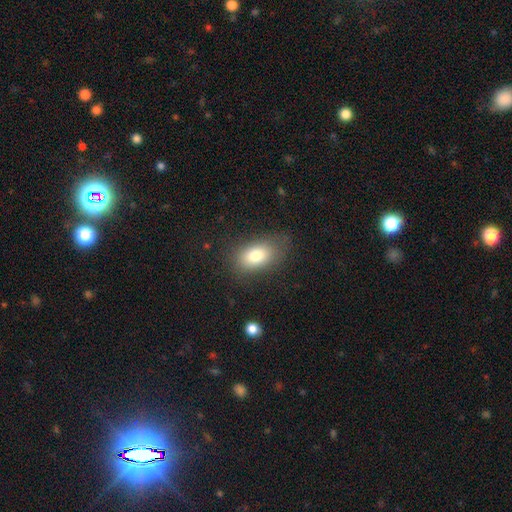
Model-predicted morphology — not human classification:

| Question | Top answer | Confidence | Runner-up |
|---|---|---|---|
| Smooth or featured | smooth | 80% | featured or disk (11%) |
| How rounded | in between | 88% | round (10%) |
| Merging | none | 75% | minor disturbance (17%) |